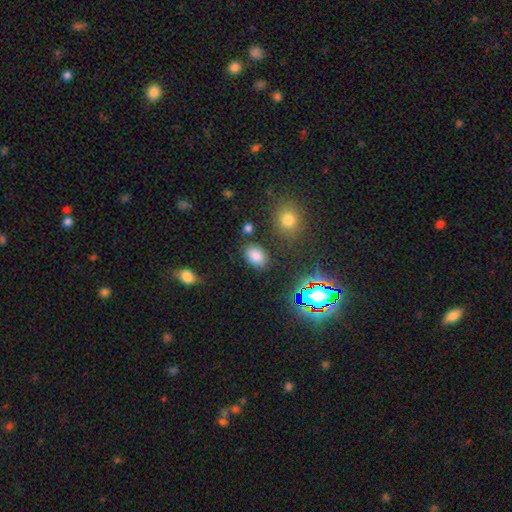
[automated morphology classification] type=smooth (79%); roundness=in between (84%); merging=none (82%).